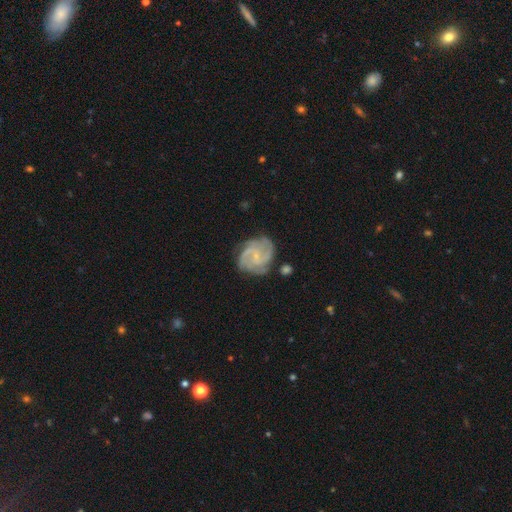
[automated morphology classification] Smooth or featured? Predicted: featured or disk (p=0.86). Edge-on disk? Predicted: no (p=0.98). Bar? Predicted: no (p=0.55). Spiral arms? Predicted: yes (p=0.97). Spiral winding? Predicted: medium (p=0.46). Spiral arm count? Predicted: 3 (p=0.44). Bulge size? Predicted: small (p=0.74). Merging? Predicted: none (p=0.72).